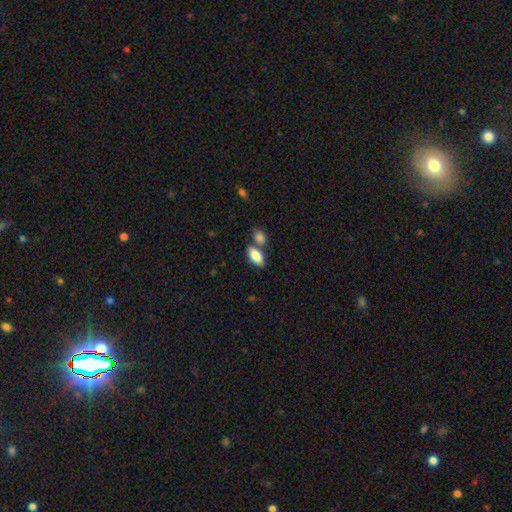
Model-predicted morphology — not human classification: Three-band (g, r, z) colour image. It shows a smooth galaxy with no disk features (84%) that is in between round and cigar-shaped (88%). Merging: none (58%).